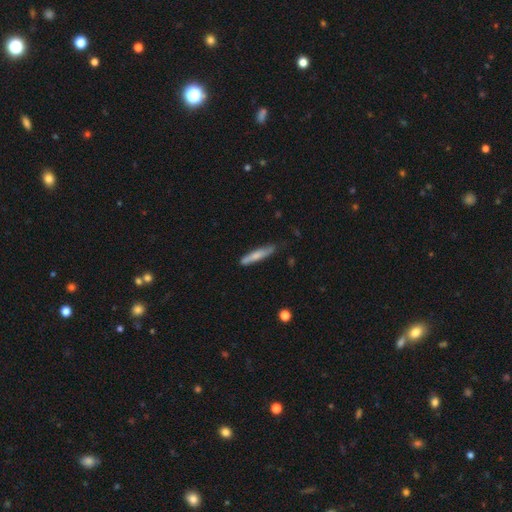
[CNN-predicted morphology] This is likely a smooth galaxy (67%). How rounded: clearly cigar-shaped (91%). Merging: likely none (76%).